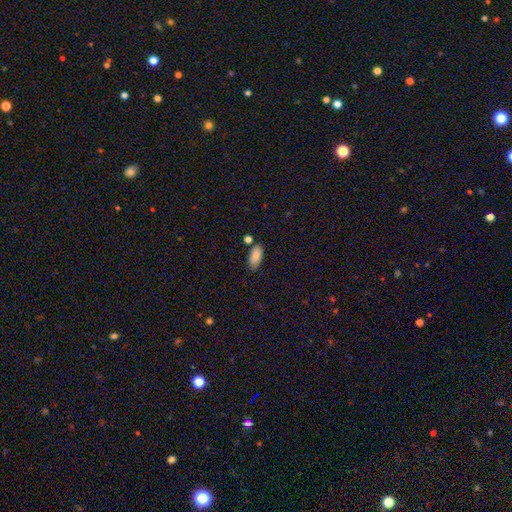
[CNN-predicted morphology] Smooth or featured?
  - smooth: 85% *
  - star or artifact: 8%
  - featured or disk: 7%
How rounded?
  - in between: 90% *
  - cigar-shaped: 8%
  - round: 3%
Merging?
  - none: 74% *
  - minor disturbance: 15%
  - merger: 8%
  - major disturbance: 3%